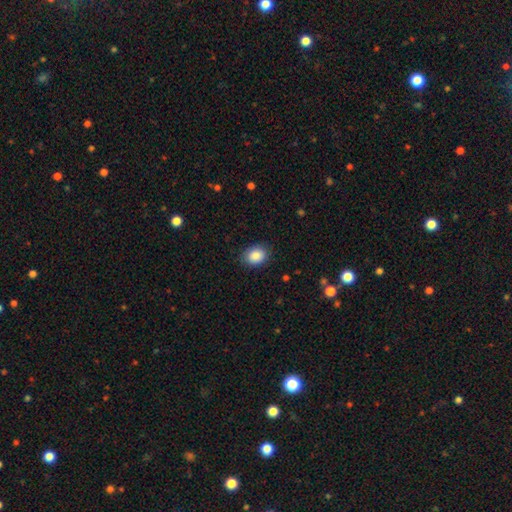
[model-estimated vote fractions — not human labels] The model was most divided on "how rounded": in between: 57%, round: 42%, cigar-shaped: 1%. More confident: smooth or featured — smooth (87%); merging — none (86%).